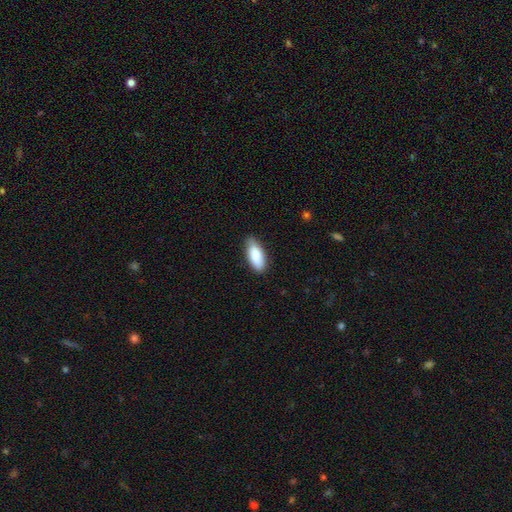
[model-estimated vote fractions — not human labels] Smooth or featured: smooth — 87% (featured or disk — 7%)
How rounded: in between — 81% (cigar-shaped — 17%)
Merging: none — 81% (minor disturbance — 15%)